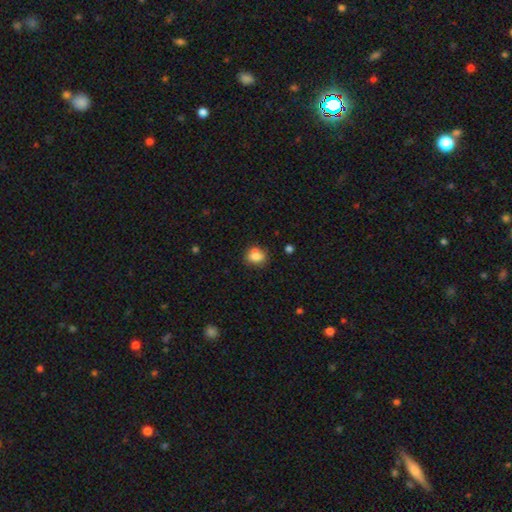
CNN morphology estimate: Smooth or featured? Predicted: smooth (p=0.79). How rounded? Predicted: round (p=0.58). Merging? Predicted: none (p=0.60).